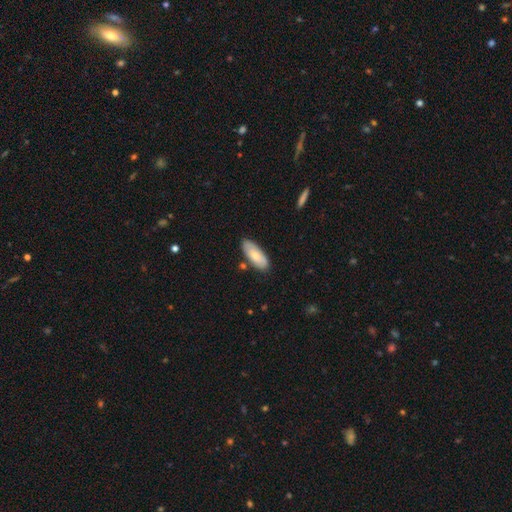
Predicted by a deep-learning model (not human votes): The model was most divided on "smooth or featured": smooth: 74%, featured or disk: 20%, star or artifact: 6%. More confident: how rounded — in between (80%); merging — none (79%).